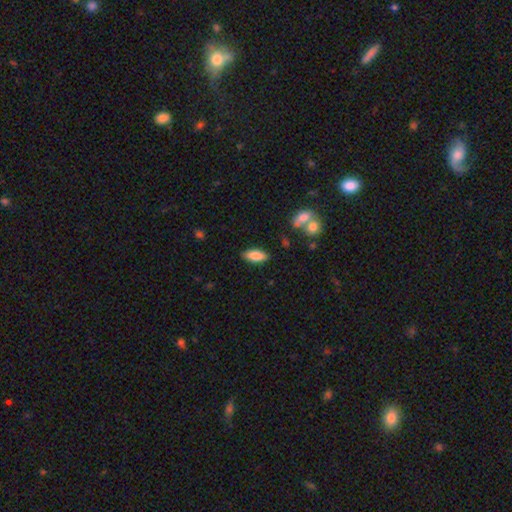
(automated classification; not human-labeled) Q: Smooth or featured?
A: smooth (82%); runner-up: featured or disk (11%)
Q: How rounded?
A: in between (77%); runner-up: cigar-shaped (21%)
Q: Merging?
A: none (85%); runner-up: minor disturbance (10%)